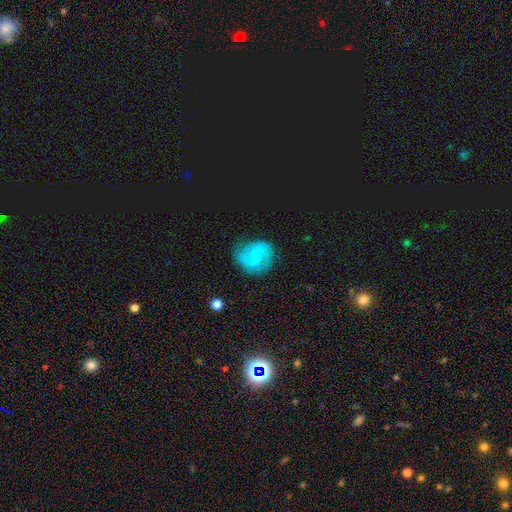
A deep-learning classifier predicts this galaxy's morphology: A featured or disk galaxy (75%) with no bar (47%), 2 (86%) medium (51%) spiral arms (94%) and a small central bulge (57%).

Vote fractions:
- Smooth or featured? featured or disk: 75% / smooth: 19% / star or artifact: 7%
- Edge-on disk? no: 98% / yes: 2%
- Bar? no: 47% / weak: 46% / strong: 7%
- Spiral arms? yes: 94% / no: 6%
- Spiral winding? medium: 51% / tight: 32% / loose: 16%
- Spiral arm count? 2: 86% / can't tell: 7% / 3: 3% / 1: 3% / 4: 1% / more than 4: 1%
- Bulge size? small: 57% / moderate: 29% / none: 11% / large: 2% / dominant: 1%
- Merging? none: 77% / minor disturbance: 16% / major disturbance: 5% / merger: 1%